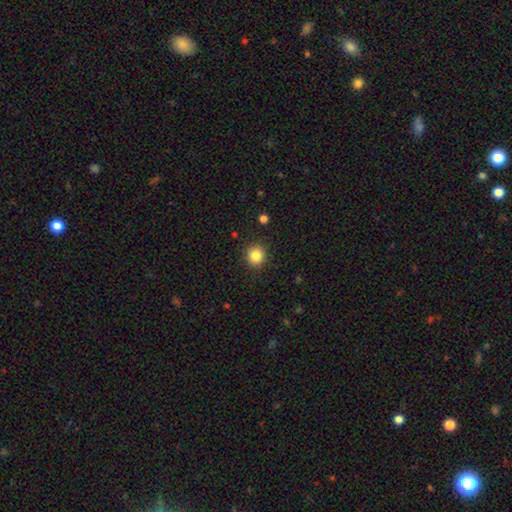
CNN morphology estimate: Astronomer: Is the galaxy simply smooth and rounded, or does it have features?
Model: smooth — 84%.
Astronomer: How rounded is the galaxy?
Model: round — 90%.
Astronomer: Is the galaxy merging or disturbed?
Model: none — 90%.